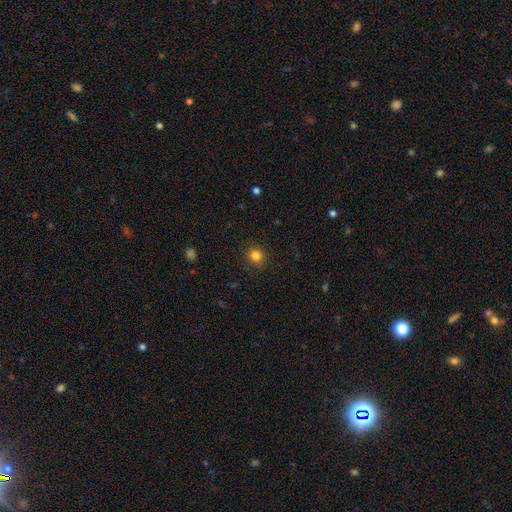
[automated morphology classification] Smooth or featured? Predicted: smooth (p=0.83). How rounded? Predicted: round (p=0.85). Merging? Predicted: none (p=0.87).